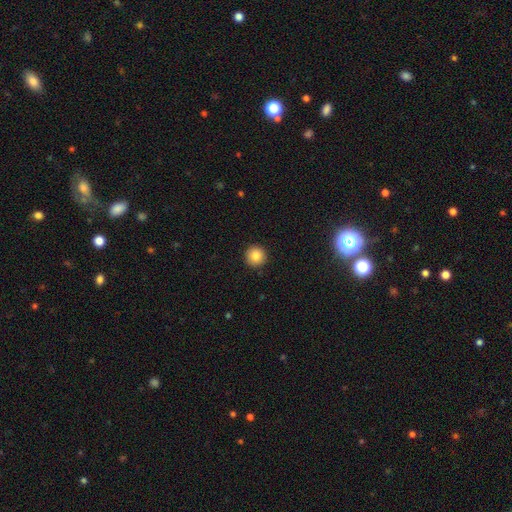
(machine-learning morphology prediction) smooth 84%, star or artifact 10%, featured or disk 6%. Down the decision tree: how rounded — round (96%); merging — none (93%).